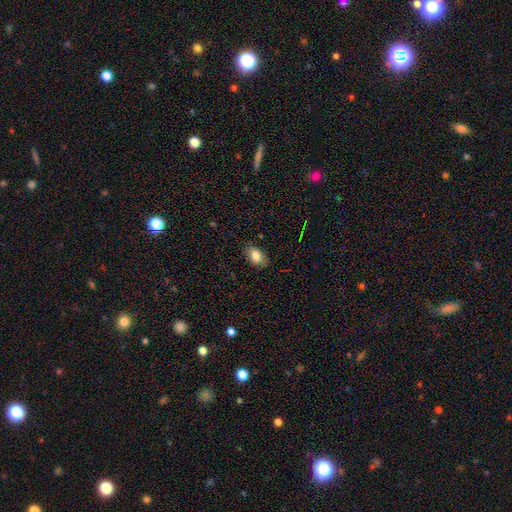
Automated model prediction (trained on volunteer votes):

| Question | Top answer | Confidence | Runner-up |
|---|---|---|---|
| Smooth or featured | smooth | 82% | featured or disk (9%) |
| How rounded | in between | 88% | round (11%) |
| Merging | none | 83% | minor disturbance (13%) |